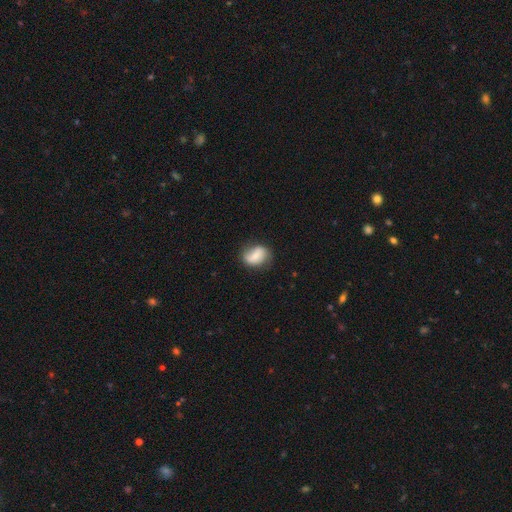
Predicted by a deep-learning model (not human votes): Smooth or featured?
  - smooth: 56% *
  - featured or disk: 36%
  - star or artifact: 8%
How rounded?
  - in between: 63% *
  - round: 35%
  - cigar-shaped: 2%
Merging?
  - none: 67% *
  - minor disturbance: 24%
  - major disturbance: 7%
  - merger: 2%